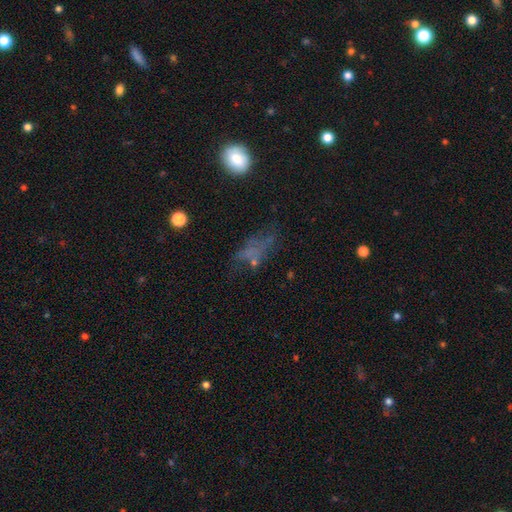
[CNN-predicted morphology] Overall: smooth (42%; featured or disk 33%). Merging: none (41%; major disturbance 31%).